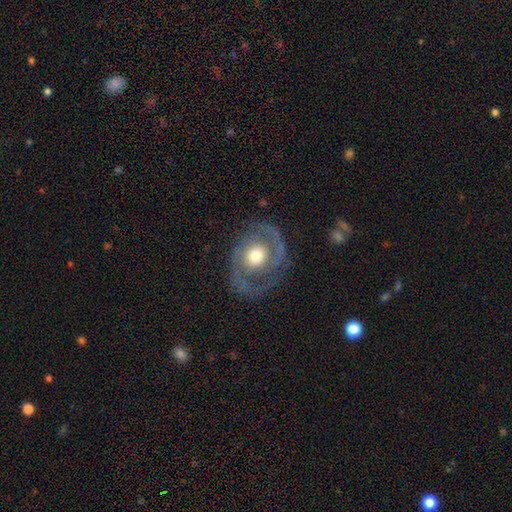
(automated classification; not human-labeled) Smooth or featured?
  - featured or disk: 79% *
  - smooth: 16%
  - star or artifact: 5%
Edge-on disk?
  - no: 97% *
  - yes: 3%
Bar?
  - no: 73% *
  - weak: 21%
  - strong: 6%
Spiral arms?
  - yes: 80% *
  - no: 20%
Spiral winding?
  - medium: 49% *
  - tight: 32%
  - loose: 19%
Spiral arm count?
  - 2: 85% *
  - can't tell: 6%
  - 1: 5%
  - 3: 2%
  - 4: 1%
  - more than 4: 1%
Bulge size?
  - moderate: 61% *
  - large: 28%
  - small: 7%
  - dominant: 2%
  - none: 1%
Merging?
  - none: 74% *
  - minor disturbance: 14%
  - major disturbance: 10%
  - merger: 1%